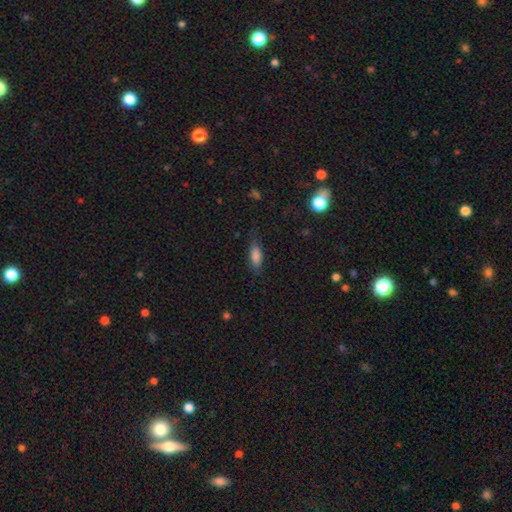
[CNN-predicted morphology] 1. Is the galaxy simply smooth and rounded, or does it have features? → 83% smooth, 8% star or artifact, 8% featured or disk.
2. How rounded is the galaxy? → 75% in between, 22% cigar-shaped, 3% round.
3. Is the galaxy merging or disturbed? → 75% none, 19% minor disturbance, 5% major disturbance, 1% merger.